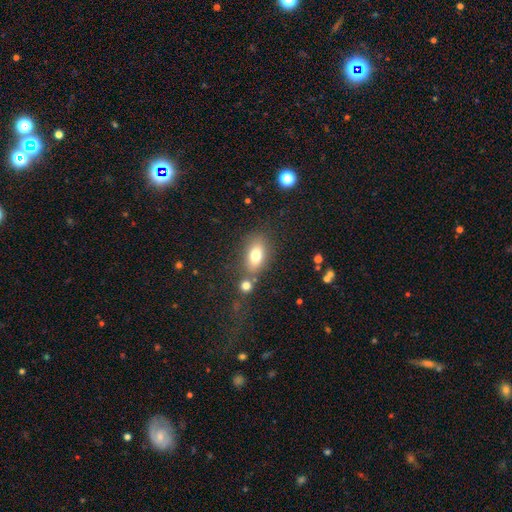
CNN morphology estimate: Smooth or featured: smooth — 76% (featured or disk — 14%)
How rounded: in between — 82% (round — 12%)
Merging: none — 65% (merger — 16%)